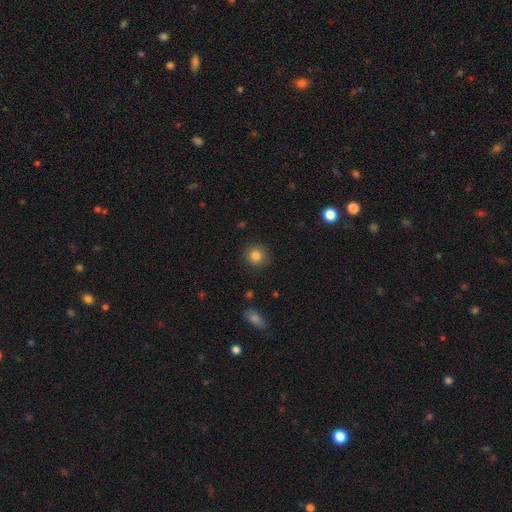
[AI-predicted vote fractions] smooth 83%, star or artifact 11%, featured or disk 6%. Down the decision tree: how rounded — round (93%); merging — none (90%).